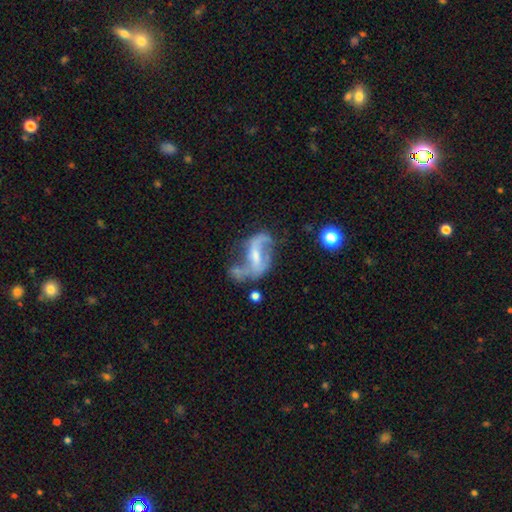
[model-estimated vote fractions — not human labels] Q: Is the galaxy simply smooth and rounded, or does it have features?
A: featured or disk — 79%.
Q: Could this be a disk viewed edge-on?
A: no — 95%.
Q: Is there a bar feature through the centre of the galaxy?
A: weak — 41%.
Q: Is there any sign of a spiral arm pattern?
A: yes — 83%.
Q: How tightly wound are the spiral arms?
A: loose — 62%.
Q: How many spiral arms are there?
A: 2 — 77%.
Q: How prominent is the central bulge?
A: small — 47%.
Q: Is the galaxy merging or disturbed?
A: none — 36%.